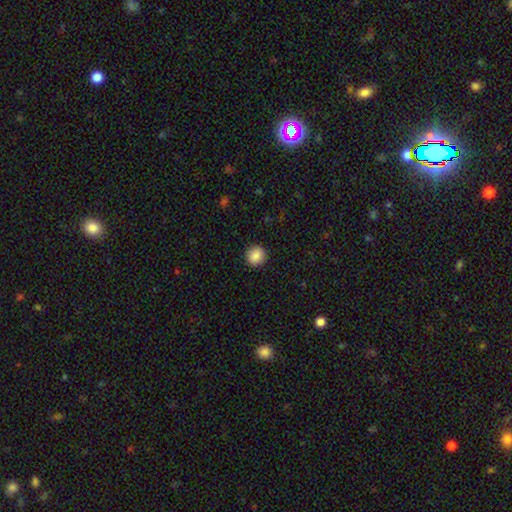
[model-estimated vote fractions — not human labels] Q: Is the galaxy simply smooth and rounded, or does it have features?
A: smooth — 89%.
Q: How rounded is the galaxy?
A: round — 91%.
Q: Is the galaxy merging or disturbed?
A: none — 92%.